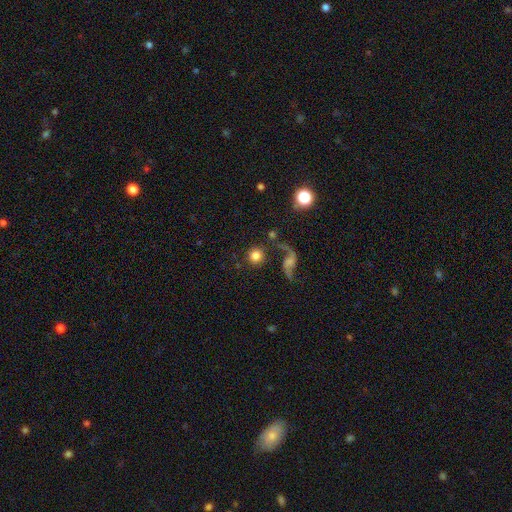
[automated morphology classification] smooth 73%, featured or disk 17%, star or artifact 10%. Down the decision tree: how rounded — round (93%); merging — none (78%).